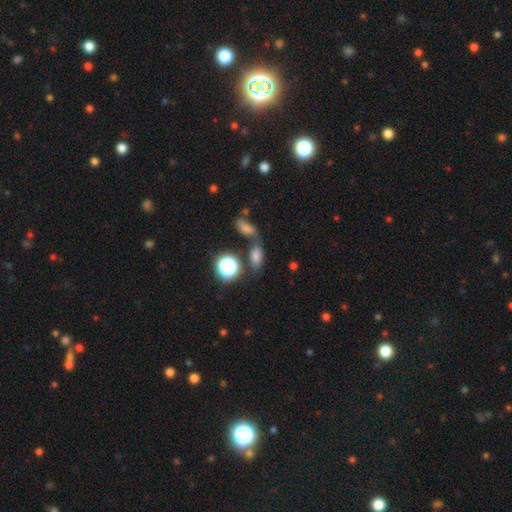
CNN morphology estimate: The model was most divided on "merging": none: 49%, merger: 30%, minor disturbance: 14%, major disturbance: 7%. More confident: how rounded — in between (75%); smooth or featured — smooth (65%).